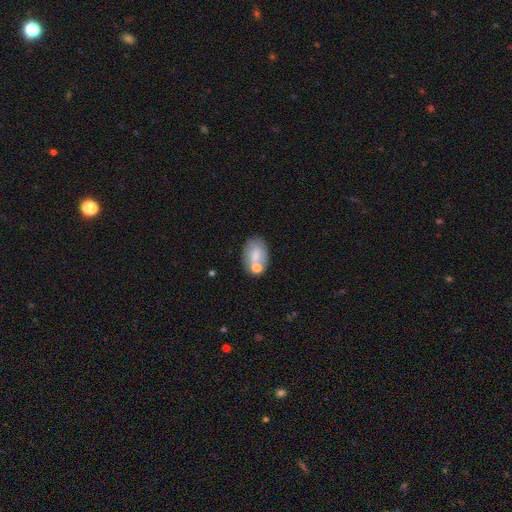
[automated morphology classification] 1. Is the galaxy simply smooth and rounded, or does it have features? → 68% smooth, 24% featured or disk, 8% star or artifact.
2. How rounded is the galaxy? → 85% in between, 14% round, 1% cigar-shaped.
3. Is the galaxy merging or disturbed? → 54% none, 20% merger, 19% minor disturbance, 7% major disturbance.